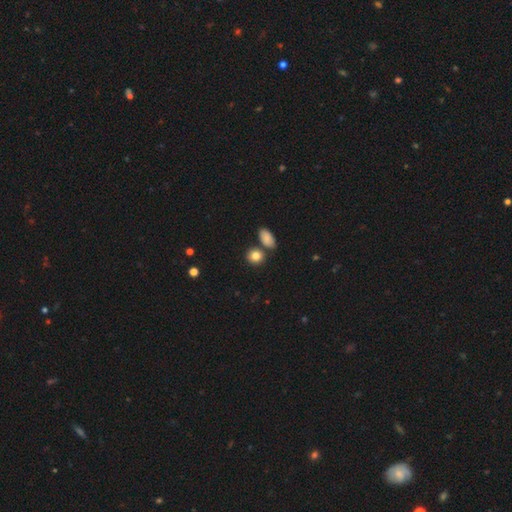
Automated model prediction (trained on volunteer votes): This is clearly a smooth galaxy (84%). How rounded: likely round (70%). Merging: likely none (72%).